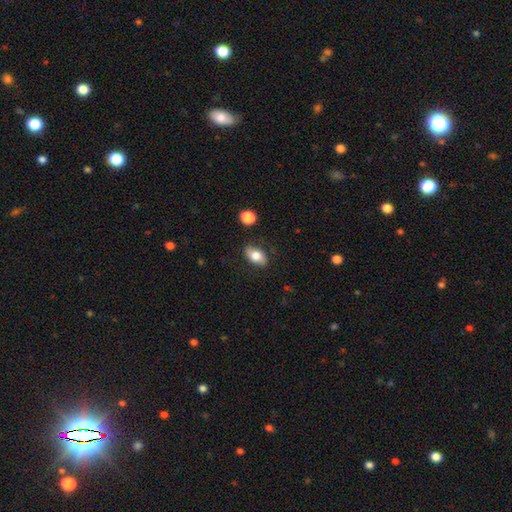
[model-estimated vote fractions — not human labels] This is likely a smooth galaxy (77%). How rounded: clearly in between (89%). Merging: clearly none (81%).